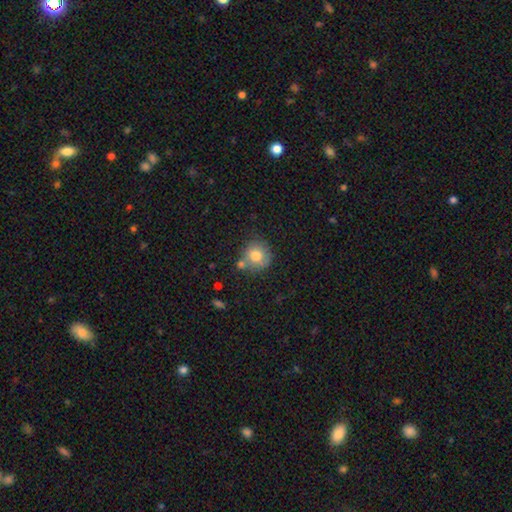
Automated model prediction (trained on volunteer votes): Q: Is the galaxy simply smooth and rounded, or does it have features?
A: smooth — 76%.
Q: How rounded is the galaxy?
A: round — 88%.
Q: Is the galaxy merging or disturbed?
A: none — 64%.